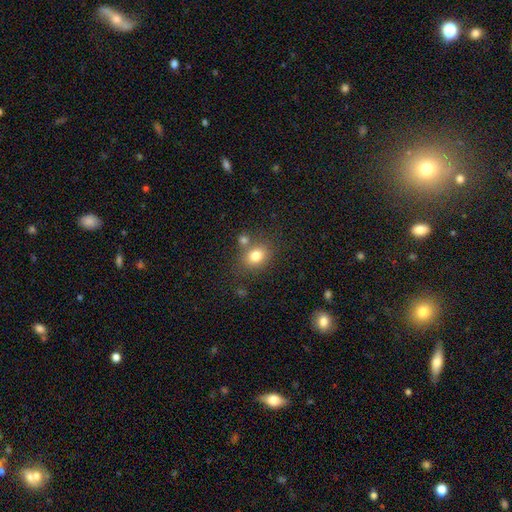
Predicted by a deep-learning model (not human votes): Smooth or featured? Predicted: smooth (p=0.78). How rounded? Predicted: round (p=0.54). Merging? Predicted: none (p=0.67).